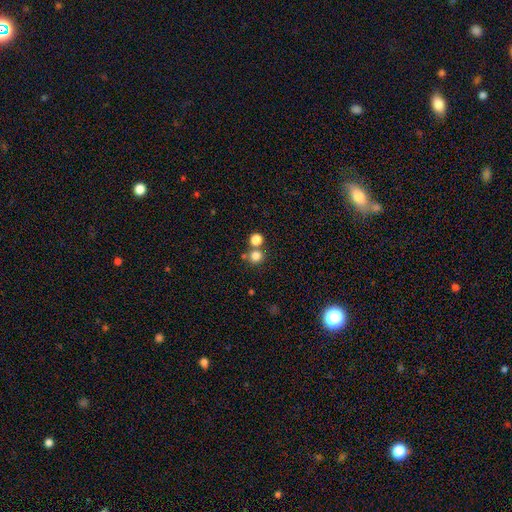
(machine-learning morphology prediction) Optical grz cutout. It shows a smooth galaxy with no disk features (79%) that is round (91%). Merging: none (66%).